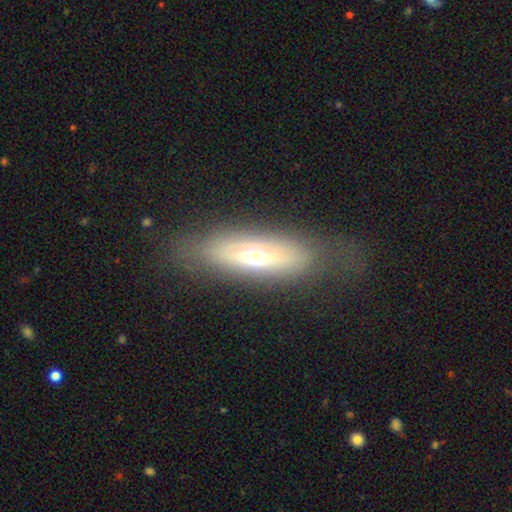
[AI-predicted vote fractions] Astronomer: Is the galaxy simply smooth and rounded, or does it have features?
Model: smooth — 49% (runner-up: featured or disk, 43%).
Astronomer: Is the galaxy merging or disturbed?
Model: none — 69%.